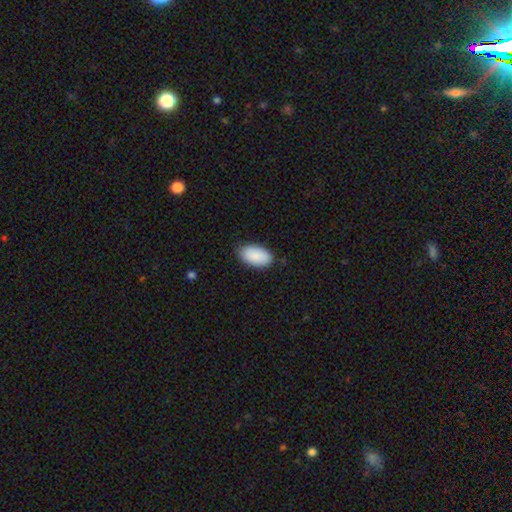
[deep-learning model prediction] Smooth or featured?
  - smooth: 90% *
  - star or artifact: 6%
  - featured or disk: 4%
How rounded?
  - in between: 95% *
  - round: 3%
  - cigar-shaped: 2%
Merging?
  - none: 84% *
  - minor disturbance: 13%
  - major disturbance: 2%
  - merger: 1%